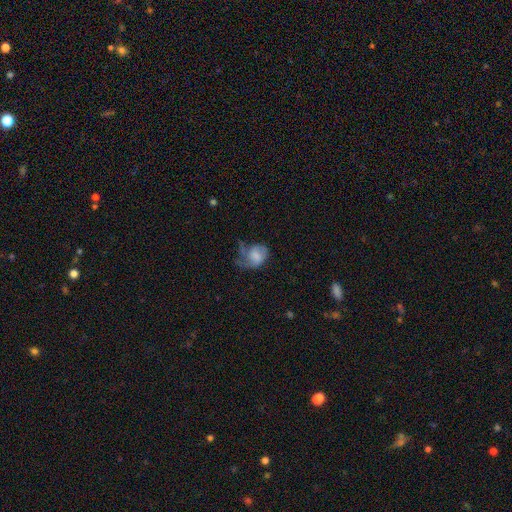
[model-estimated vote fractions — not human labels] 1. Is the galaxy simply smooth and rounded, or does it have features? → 59% smooth, 33% featured or disk, 8% star or artifact.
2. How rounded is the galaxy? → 59% in between, 40% round, 1% cigar-shaped.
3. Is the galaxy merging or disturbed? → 46% major disturbance, 27% minor disturbance, 23% none, 4% merger.